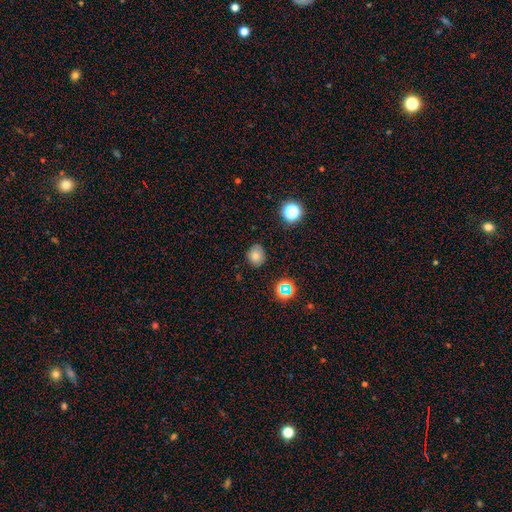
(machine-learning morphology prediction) Smooth or featured?
  - smooth: 75% *
  - star or artifact: 16%
  - featured or disk: 9%
How rounded?
  - round: 61% *
  - in between: 38%
  - cigar-shaped: 1%
Merging?
  - none: 81% *
  - minor disturbance: 14%
  - major disturbance: 3%
  - merger: 2%